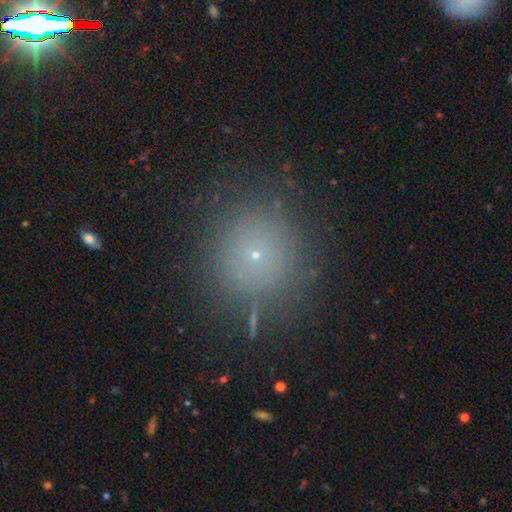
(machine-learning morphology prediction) The model was most divided on "smooth or featured": smooth: 62%, star or artifact: 27%, featured or disk: 12%. More confident: how rounded — round (92%); merging — none (84%).